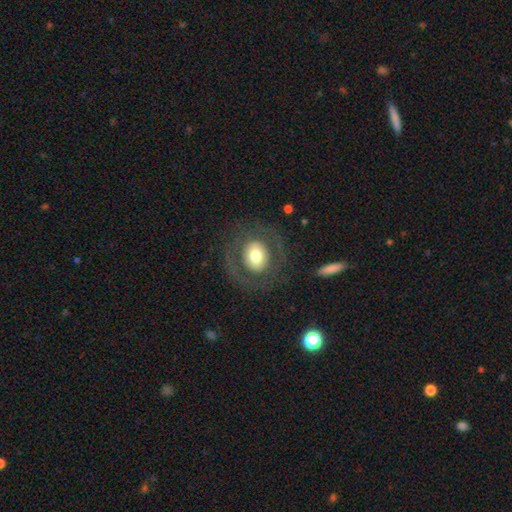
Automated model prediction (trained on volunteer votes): Q: Smooth or featured?
A: smooth (52%); runner-up: featured or disk (40%)
Q: How rounded?
A: round (78%); runner-up: in between (21%)
Q: Merging?
A: none (79%); runner-up: major disturbance (10%)